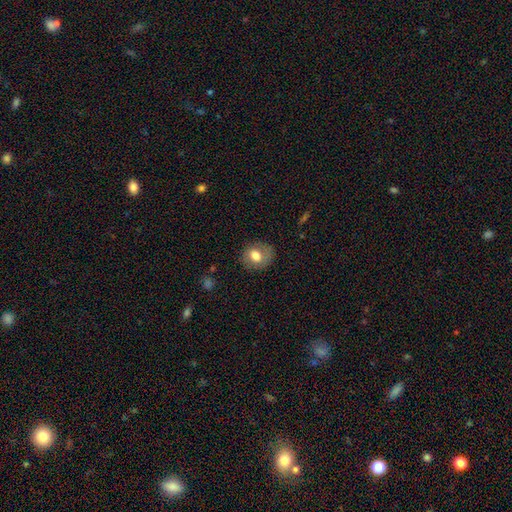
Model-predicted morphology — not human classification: smooth-or-featured: smooth: 70% | featured or disk: 22% | star or artifact: 8%
  how-rounded: round: 64% | in between: 35% | cigar-shaped: 1%
  merging: none: 75% | minor disturbance: 17% | major disturbance: 7% | merger: 1%